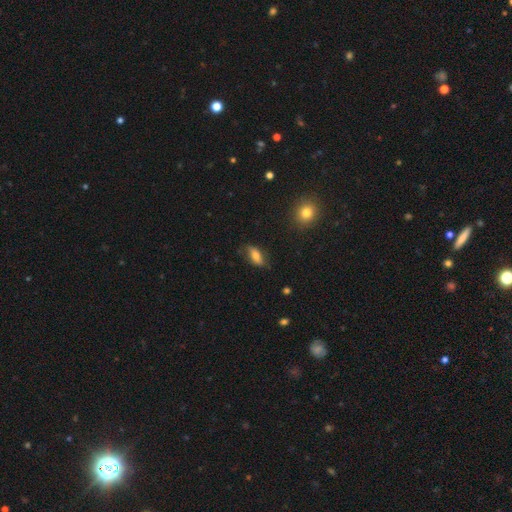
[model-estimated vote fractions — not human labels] smooth_or_featured: smooth (p=0.65) [alt: featured or disk p=0.26]
how_rounded: in between (p=0.79) [alt: cigar-shaped p=0.17]
merging: none (p=0.70) [alt: minor disturbance p=0.23]